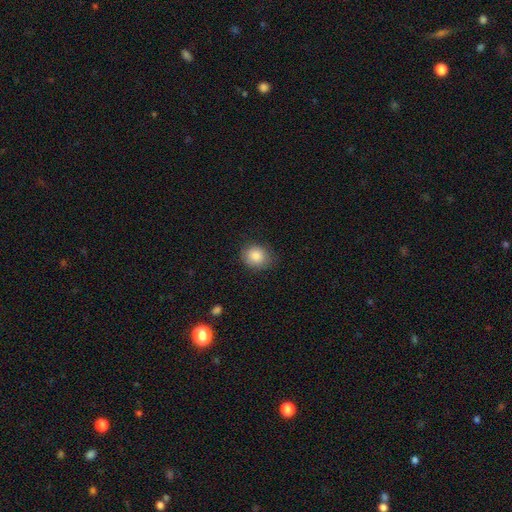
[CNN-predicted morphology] smooth 86%, star or artifact 8%, featured or disk 6%. Down the decision tree: how rounded — round (61%); merging — none (78%).